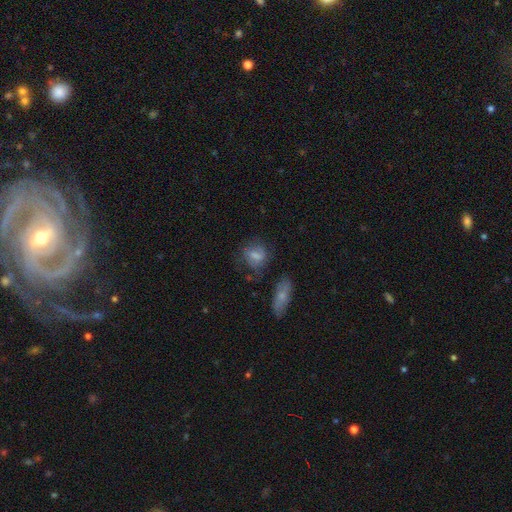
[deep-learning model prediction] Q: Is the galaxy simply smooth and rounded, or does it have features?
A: smooth — 65%.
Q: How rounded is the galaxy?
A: in between — 52%.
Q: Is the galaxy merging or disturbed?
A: none — 58%.